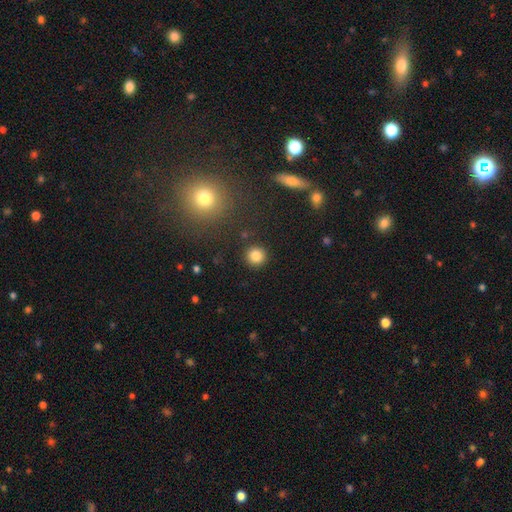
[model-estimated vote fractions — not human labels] smooth 84%, star or artifact 12%, featured or disk 5%. Down the decision tree: how rounded — round (93%); merging — none (90%).